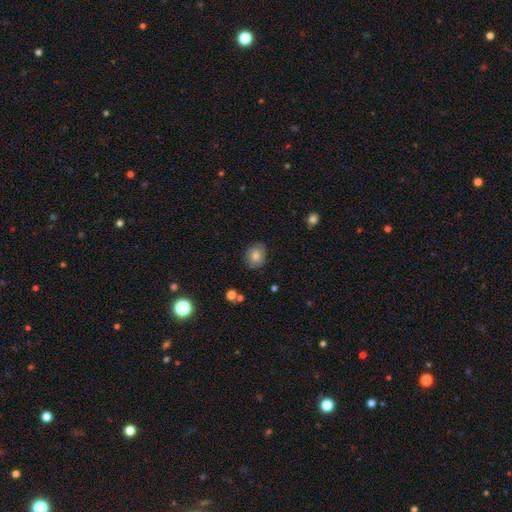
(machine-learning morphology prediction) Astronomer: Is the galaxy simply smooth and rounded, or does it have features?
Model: smooth — 72%.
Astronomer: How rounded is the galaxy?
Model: round — 67%.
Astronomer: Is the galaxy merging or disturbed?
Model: none — 79%.